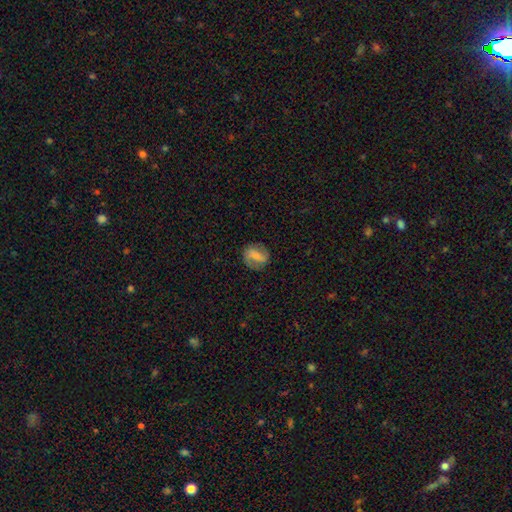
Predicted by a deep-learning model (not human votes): Smooth or featured? smooth (48%)
Merging? none (78%)